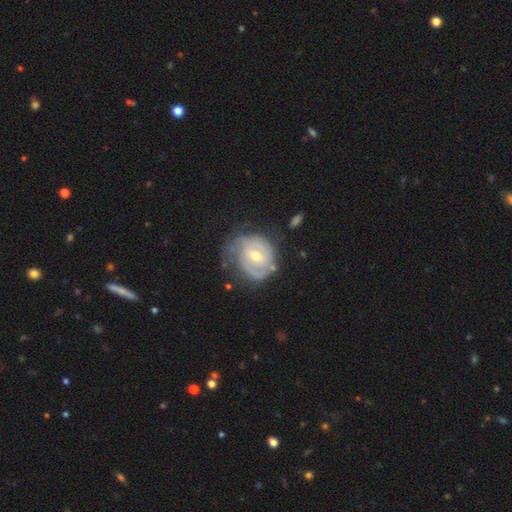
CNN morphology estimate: type=featured or disk (81%); edge-on=no (97%); bar=weak (54%); spiral arms=yes (90%); winding=tight (61%); arm count=2 (43%); bulge=moderate (59%); merging=none (57%).